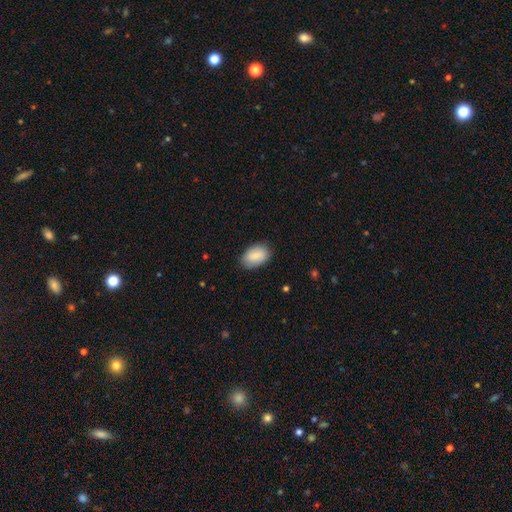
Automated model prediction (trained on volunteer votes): A smooth galaxy with no disk features (87%) that is in between round and cigar-shaped (92%).

Vote fractions:
- Smooth or featured? smooth: 87% / featured or disk: 7% / star or artifact: 6%
- How rounded? in between: 92% / round: 7% / cigar-shaped: 1%
- Merging? none: 82% / minor disturbance: 14% / major disturbance: 3% / merger: 1%